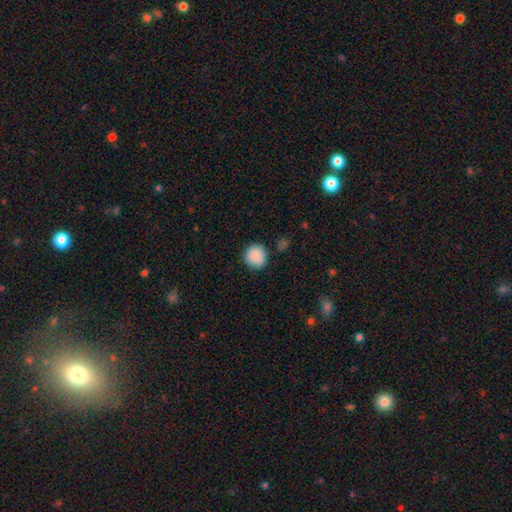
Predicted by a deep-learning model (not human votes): This is clearly a smooth galaxy (88%). How rounded: clearly round (92%). Merging: clearly none (84%).